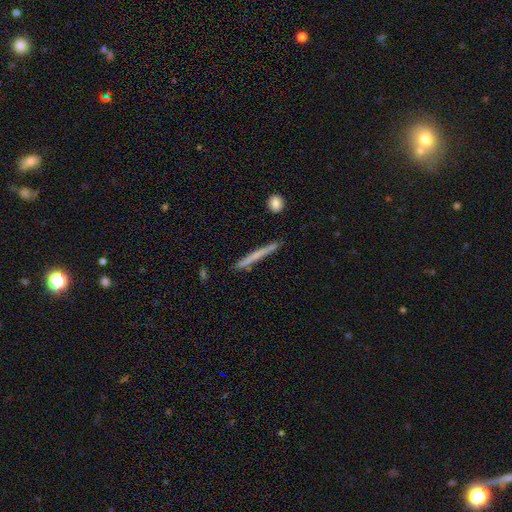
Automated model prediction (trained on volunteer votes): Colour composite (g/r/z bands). It shows a smooth galaxy with no disk features (57%) that is cigar-shaped (97%). Merging: none (88%).